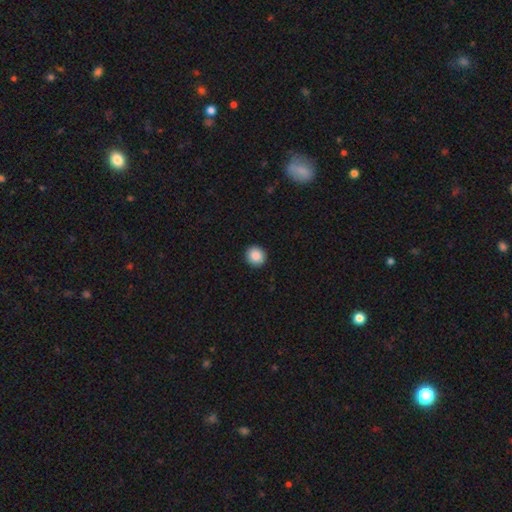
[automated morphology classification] A smooth galaxy with no disk features (89%) that is round (86%). Merging: none (92%).